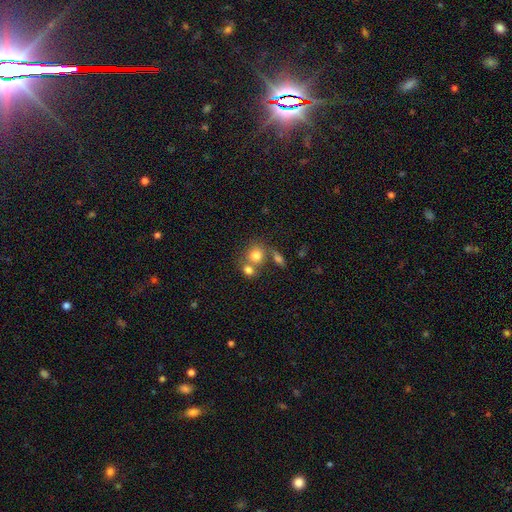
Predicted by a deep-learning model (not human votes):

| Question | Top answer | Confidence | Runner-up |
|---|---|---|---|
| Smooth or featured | smooth | 76% | featured or disk (13%) |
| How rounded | round | 76% | in between (23%) |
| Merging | merger | 43% | tied: none (43%) |